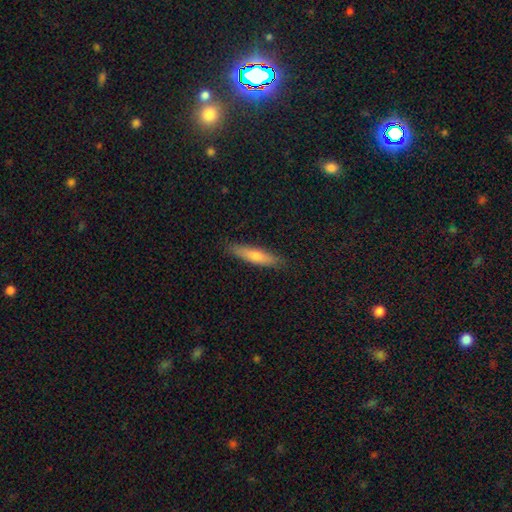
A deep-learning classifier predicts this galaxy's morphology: Smooth or featured: smooth — 56% (featured or disk — 35%)
How rounded: cigar-shaped — 86% (in between — 13%)
Merging: none — 89% (minor disturbance — 8%)